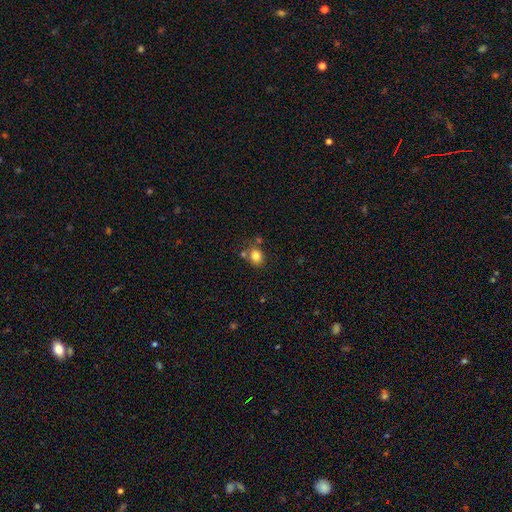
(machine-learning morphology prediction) Overall: smooth (81%). How rounded: round (63%; in between 37%). Merging: none (65%).